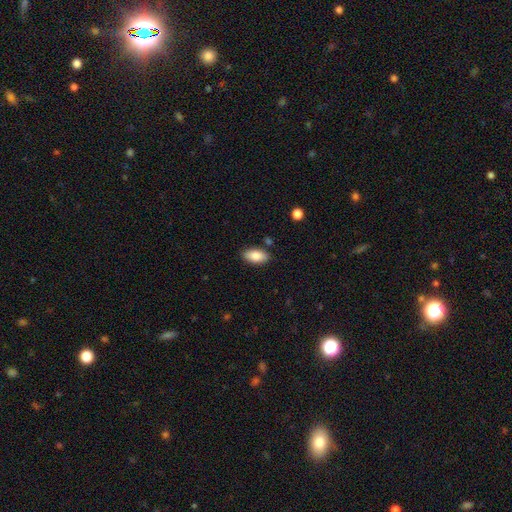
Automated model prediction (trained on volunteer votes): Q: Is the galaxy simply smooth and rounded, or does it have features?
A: smooth — 84%.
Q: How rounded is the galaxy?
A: in between — 92%.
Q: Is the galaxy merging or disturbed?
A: none — 85%.